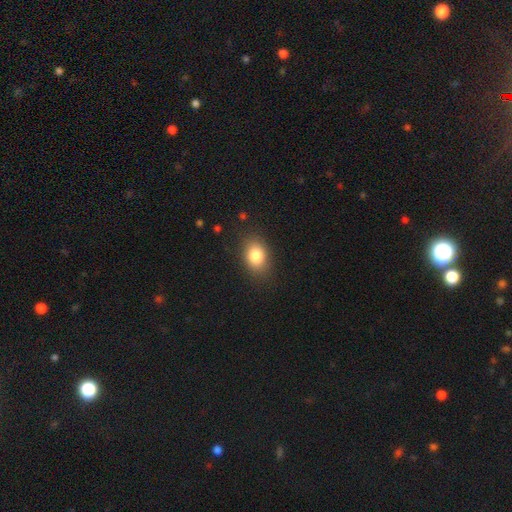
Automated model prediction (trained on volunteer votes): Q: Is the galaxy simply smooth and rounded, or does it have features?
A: smooth — 82%.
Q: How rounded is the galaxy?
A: in between — 71%.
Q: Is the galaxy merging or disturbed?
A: none — 84%.